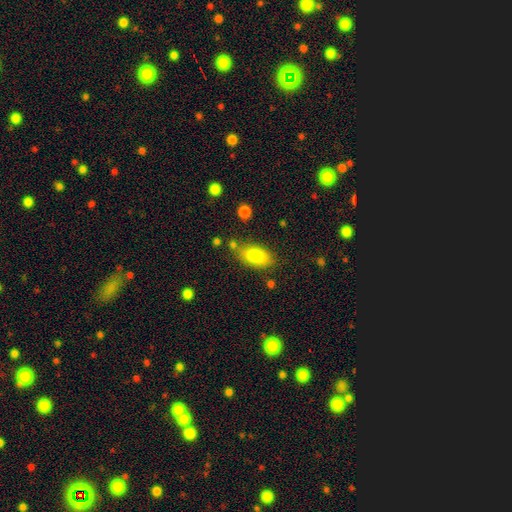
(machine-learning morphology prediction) smooth_or_featured: smooth (p=0.86) [alt: star or artifact p=0.07]
how_rounded: in between (p=0.89) [alt: cigar-shaped p=0.08]
merging: none (p=0.71) [alt: minor disturbance p=0.18]